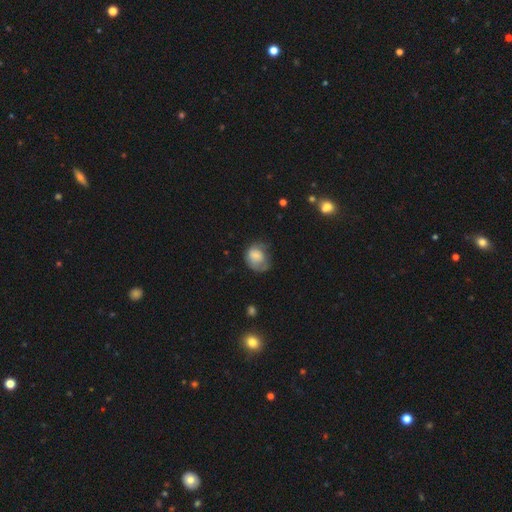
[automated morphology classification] Smooth or featured?
  - smooth: 72% *
  - featured or disk: 20%
  - star or artifact: 8%
How rounded?
  - round: 55% *
  - in between: 44%
  - cigar-shaped: 1%
Merging?
  - none: 38% *
  - minor disturbance: 34%
  - major disturbance: 26%
  - merger: 2%